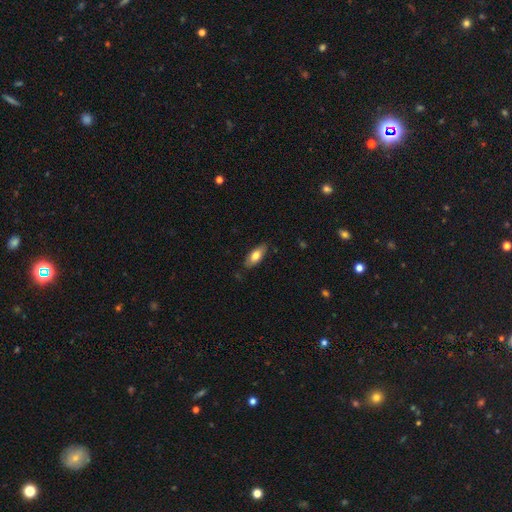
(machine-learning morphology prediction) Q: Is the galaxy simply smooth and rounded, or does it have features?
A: smooth — 71%.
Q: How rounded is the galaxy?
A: in between — 78%.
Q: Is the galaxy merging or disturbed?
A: none — 81%.